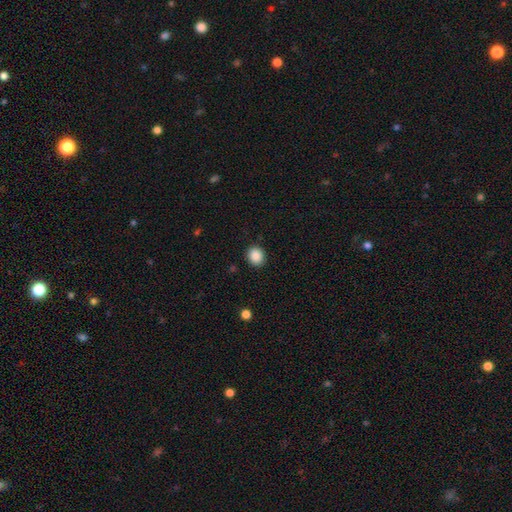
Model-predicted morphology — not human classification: smooth_or_featured: smooth (p=0.89) [alt: star or artifact p=0.09]
how_rounded: round (p=0.74) [alt: in between p=0.25]
merging: none (p=0.90) [alt: minor disturbance p=0.06]